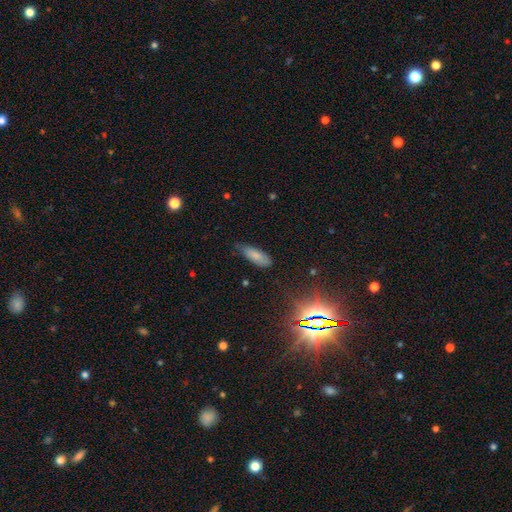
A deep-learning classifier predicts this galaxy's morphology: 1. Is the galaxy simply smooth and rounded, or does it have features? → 80% smooth, 11% featured or disk, 9% star or artifact.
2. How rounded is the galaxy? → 68% in between, 30% cigar-shaped, 2% round.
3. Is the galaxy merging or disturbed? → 61% none, 32% minor disturbance, 5% major disturbance, 2% merger.